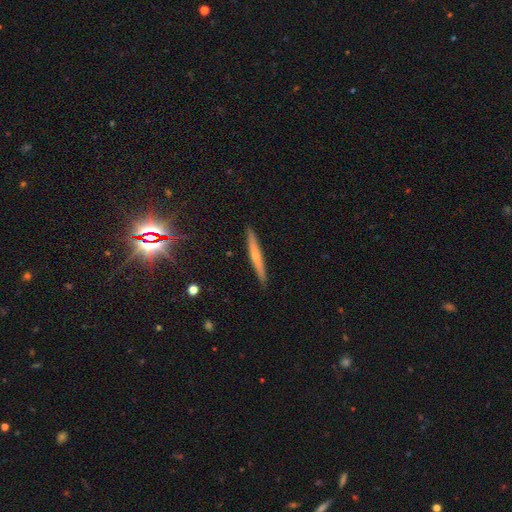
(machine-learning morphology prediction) This is possibly a featured or disk galaxy (51%). It is clearly viewed edge-on (95%). Merging: clearly none (90%).